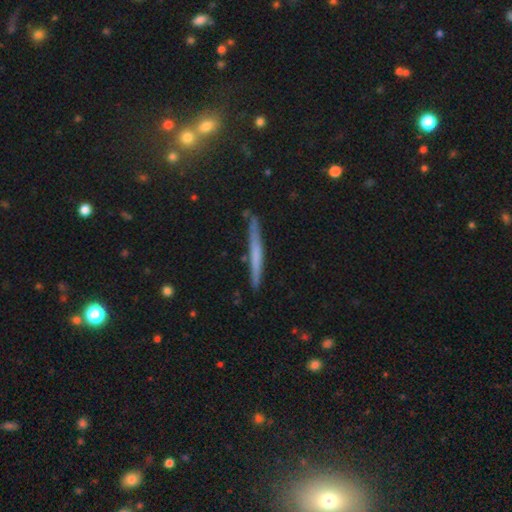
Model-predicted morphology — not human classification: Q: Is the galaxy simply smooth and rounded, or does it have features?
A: smooth — 48%.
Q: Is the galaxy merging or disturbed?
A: none — 86%.